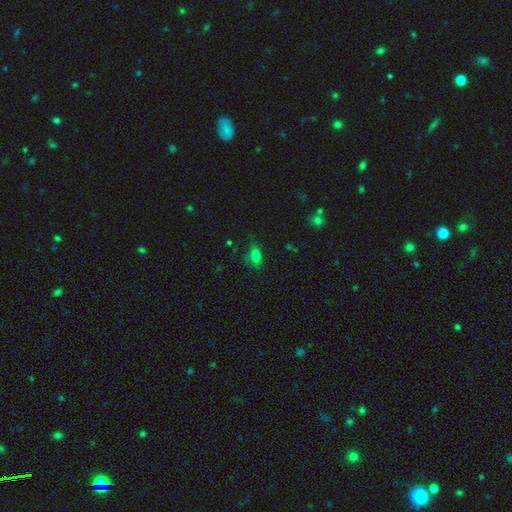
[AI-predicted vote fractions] A smooth galaxy with no disk features (72%) that is in between round and cigar-shaped (82%). Merging: none (63%).